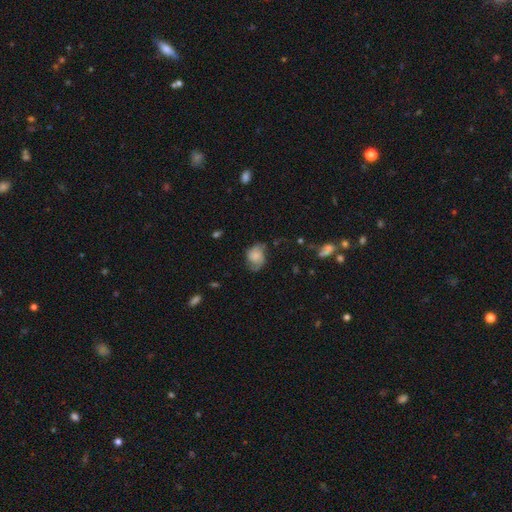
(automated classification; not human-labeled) smooth_or_featured: featured or disk (p=0.46) [alt: smooth p=0.44]
merging: none (p=0.58) [alt: minor disturbance p=0.26]